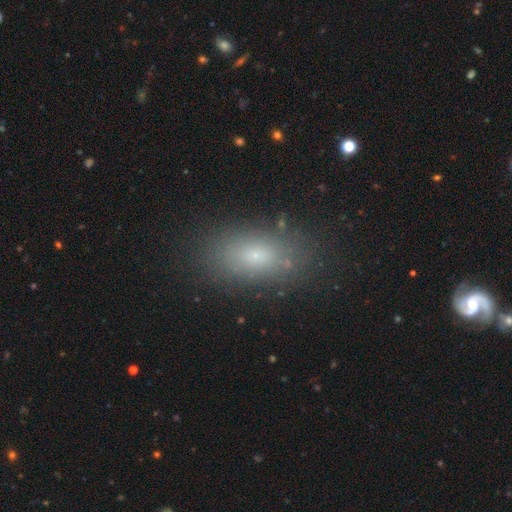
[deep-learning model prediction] A smooth galaxy with no disk features (72%) that is in between round and cigar-shaped (85%). Merging: none (83%).